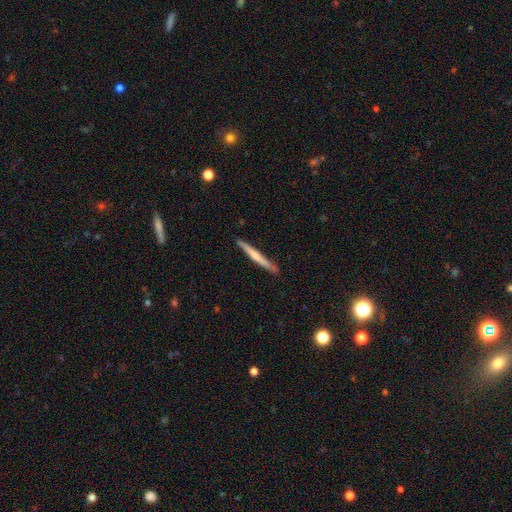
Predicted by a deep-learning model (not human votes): The model was most divided on "smooth or featured": featured or disk: 49%, smooth: 46%, star or artifact: 5%. More confident: merging — none (88%).